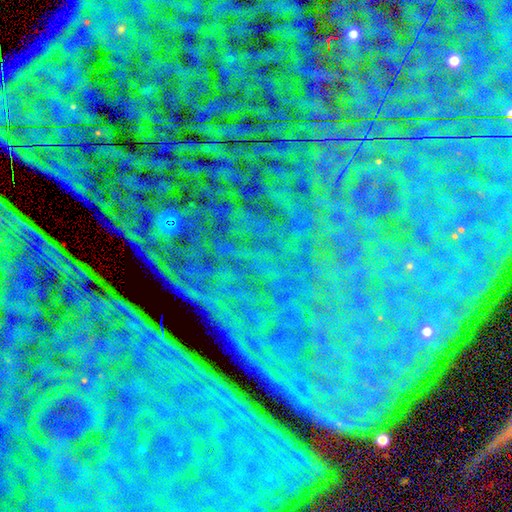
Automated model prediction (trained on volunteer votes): smooth-or-featured: star or artifact: 87% | featured or disk: 7% | smooth: 6%